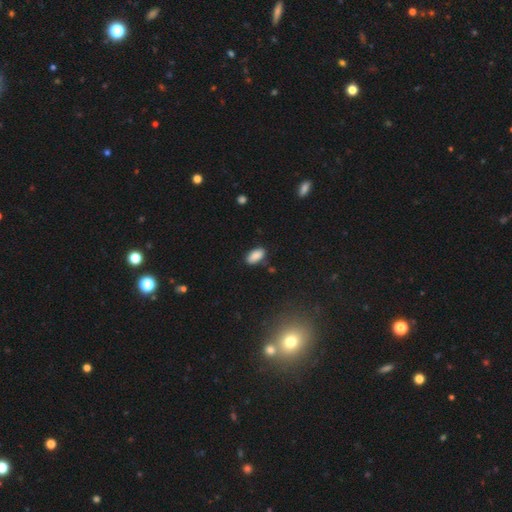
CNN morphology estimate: This appears to be a smooth galaxy with no disk features (88%) that is in between round and cigar-shaped (90%). Merging: none (82%).